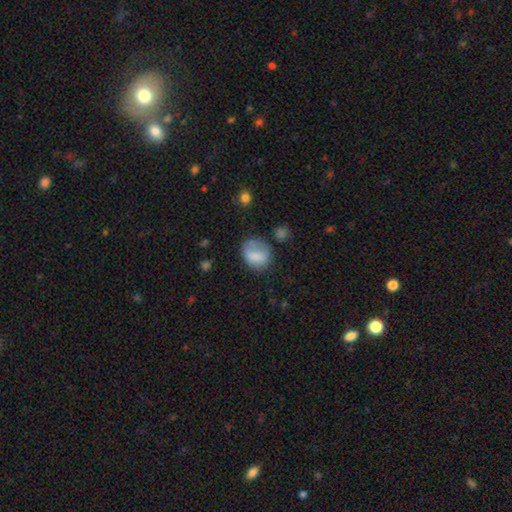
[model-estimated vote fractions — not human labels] Smooth or featured?
  - smooth: 75% *
  - featured or disk: 16%
  - star or artifact: 9%
How rounded?
  - round: 54% *
  - in between: 44%
  - cigar-shaped: 1%
Merging?
  - none: 50% *
  - minor disturbance: 28%
  - major disturbance: 18%
  - merger: 4%